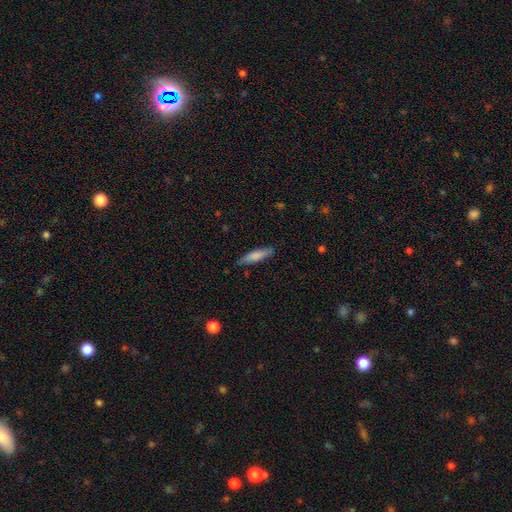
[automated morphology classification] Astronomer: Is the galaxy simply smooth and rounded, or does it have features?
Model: smooth — 76%.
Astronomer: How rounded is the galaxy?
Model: cigar-shaped — 75%.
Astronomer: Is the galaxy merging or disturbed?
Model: none — 81%.